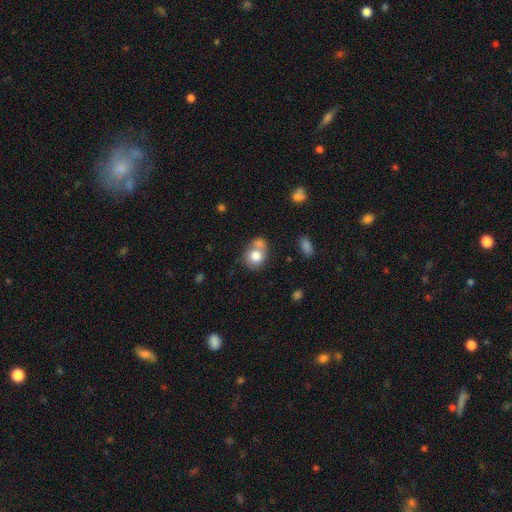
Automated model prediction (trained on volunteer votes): Smooth or featured?
  - smooth: 77% *
  - featured or disk: 15%
  - star or artifact: 8%
How rounded?
  - round: 67% *
  - in between: 32%
  - cigar-shaped: 1%
Merging?
  - merger: 45% *
  - none: 36%
  - minor disturbance: 13%
  - major disturbance: 6%